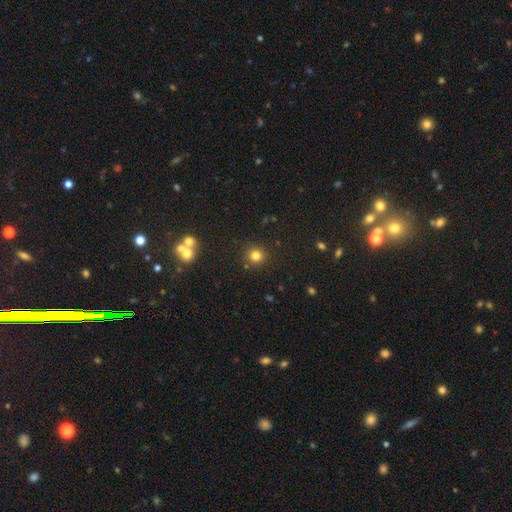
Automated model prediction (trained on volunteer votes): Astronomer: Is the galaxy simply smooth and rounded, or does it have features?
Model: smooth — 78%.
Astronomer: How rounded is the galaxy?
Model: round — 93%.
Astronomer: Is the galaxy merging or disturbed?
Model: none — 86%.